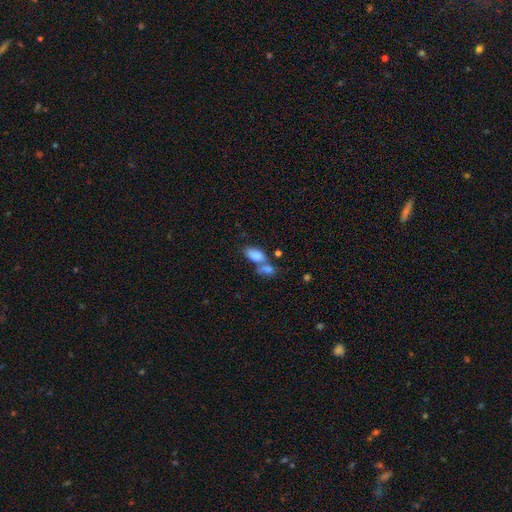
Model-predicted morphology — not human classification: Smooth or featured?
  - smooth: 80% *
  - featured or disk: 12%
  - star or artifact: 8%
How rounded?
  - in between: 90% *
  - round: 6%
  - cigar-shaped: 4%
Merging?
  - merger: 52% *
  - none: 31%
  - minor disturbance: 11%
  - major disturbance: 6%